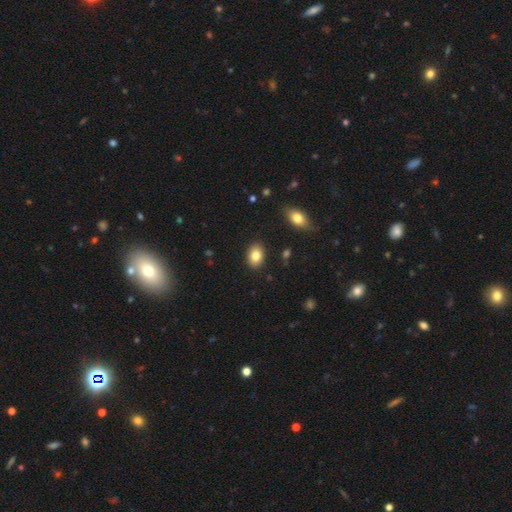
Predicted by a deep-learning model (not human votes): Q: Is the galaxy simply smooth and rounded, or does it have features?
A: smooth — 83%.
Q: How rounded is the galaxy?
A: in between — 76%.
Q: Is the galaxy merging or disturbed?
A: none — 89%.